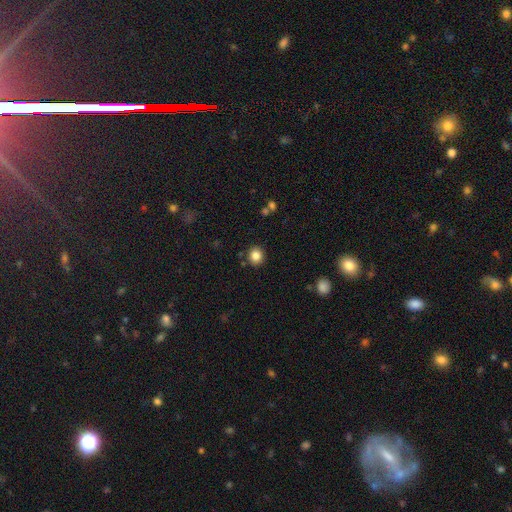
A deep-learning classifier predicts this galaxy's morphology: smooth 85%, star or artifact 11%, featured or disk 5%. Down the decision tree: how rounded — round (82%); merging — none (88%).